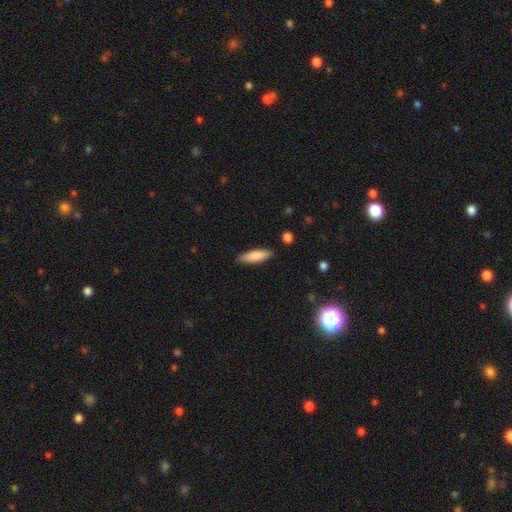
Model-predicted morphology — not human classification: Smooth or featured?
  - smooth: 84% *
  - featured or disk: 10%
  - star or artifact: 6%
How rounded?
  - cigar-shaped: 55% *
  - in between: 44%
  - round: 2%
Merging?
  - none: 86% *
  - minor disturbance: 10%
  - major disturbance: 2%
  - merger: 1%